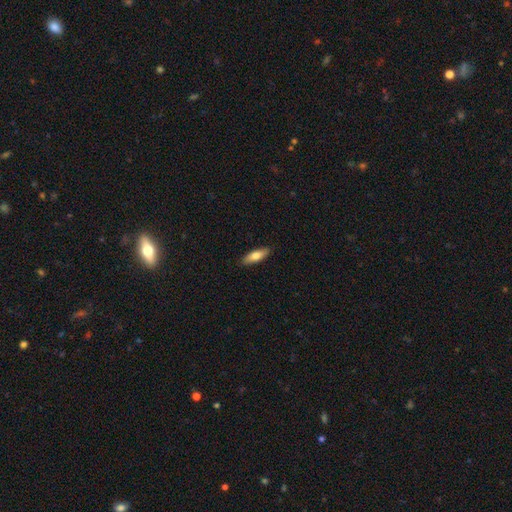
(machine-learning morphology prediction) This is likely a smooth galaxy (73%). How rounded: possibly in between (53%). Merging: clearly none (89%).